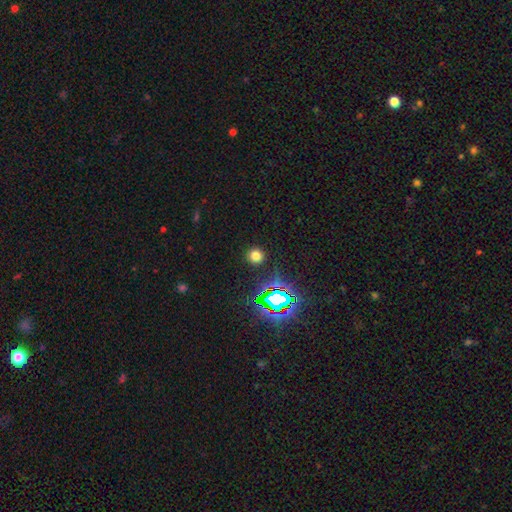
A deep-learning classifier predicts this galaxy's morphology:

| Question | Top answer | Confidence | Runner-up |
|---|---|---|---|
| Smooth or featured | smooth | 70% | star or artifact (24%) |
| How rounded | round | 93% | in between (6%) |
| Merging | none | 90% | minor disturbance (6%) |